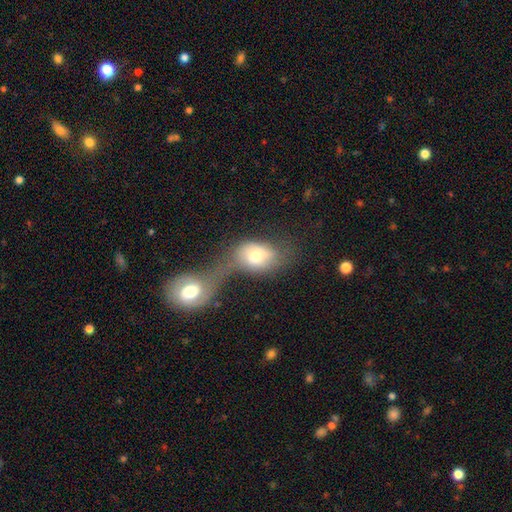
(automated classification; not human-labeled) Smooth or featured?
  - smooth: 63% *
  - featured or disk: 29%
  - star or artifact: 8%
How rounded?
  - in between: 65% *
  - round: 34%
  - cigar-shaped: 2%
Merging?
  - merger: 64% *
  - none: 16%
  - major disturbance: 12%
  - minor disturbance: 8%